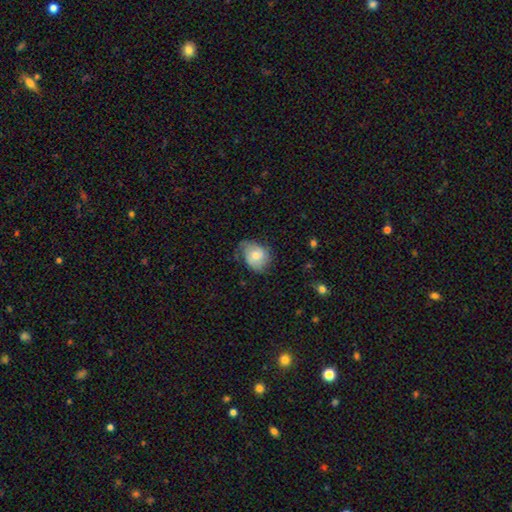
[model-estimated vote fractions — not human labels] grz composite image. It shows a featured or disk galaxy (49%). Merging: none (53%).